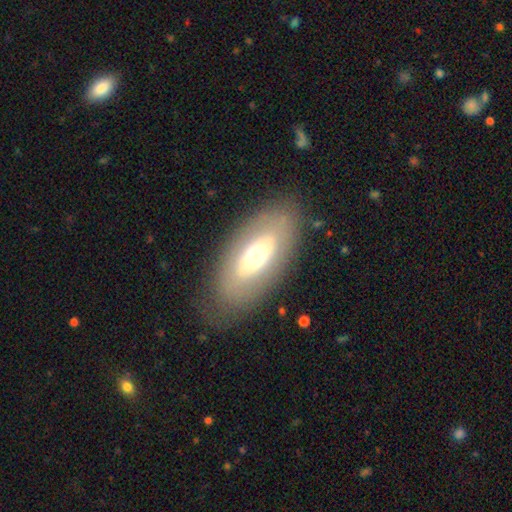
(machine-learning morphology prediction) smooth-or-featured: smooth: 49% | featured or disk: 44% | star or artifact: 7%
  merging: none: 82% | minor disturbance: 12% | major disturbance: 5% | merger: 1%